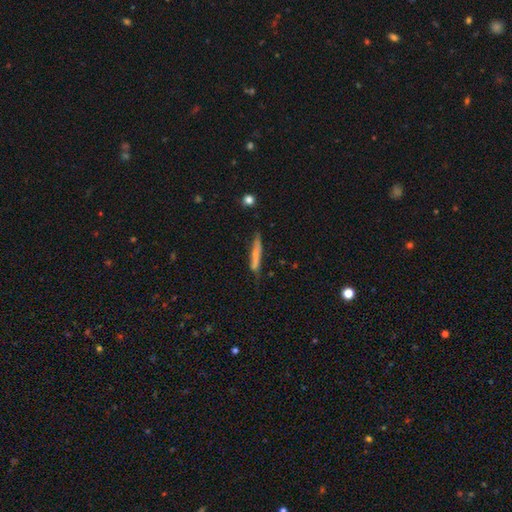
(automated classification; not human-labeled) Q: Smooth or featured?
A: smooth (63%); runner-up: featured or disk (30%)
Q: How rounded?
A: cigar-shaped (93%); runner-up: in between (5%)
Q: Merging?
A: none (70%); runner-up: minor disturbance (22%)